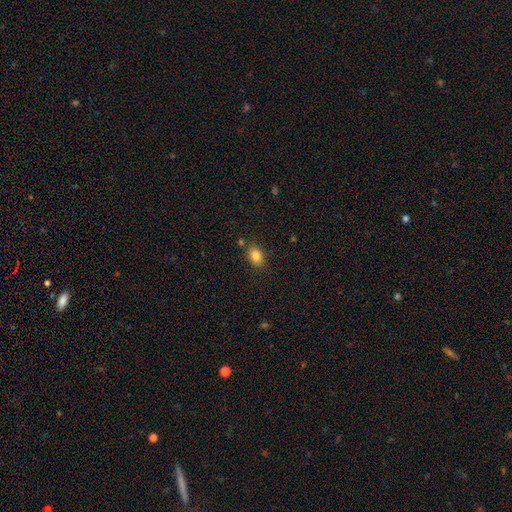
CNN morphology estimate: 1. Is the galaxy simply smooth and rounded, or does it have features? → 84% smooth, 9% star or artifact, 6% featured or disk.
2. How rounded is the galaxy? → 78% in between, 21% round, 1% cigar-shaped.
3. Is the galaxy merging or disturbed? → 80% none, 12% minor disturbance, 5% merger, 3% major disturbance.